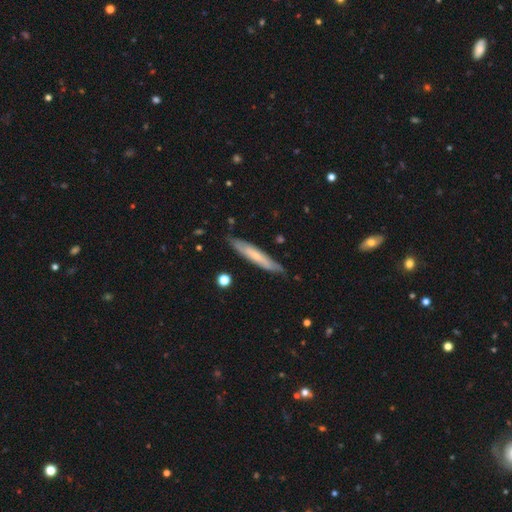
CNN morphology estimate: Smooth or featured? smooth (53%)
How rounded? cigar-shaped (91%)
Merging? none (83%)